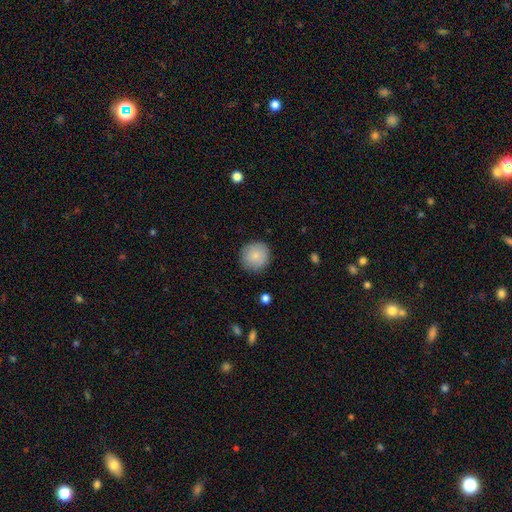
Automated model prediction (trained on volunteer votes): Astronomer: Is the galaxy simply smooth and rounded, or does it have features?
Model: smooth — 84%.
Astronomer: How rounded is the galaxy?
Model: round — 93%.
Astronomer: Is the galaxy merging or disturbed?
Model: none — 87%.